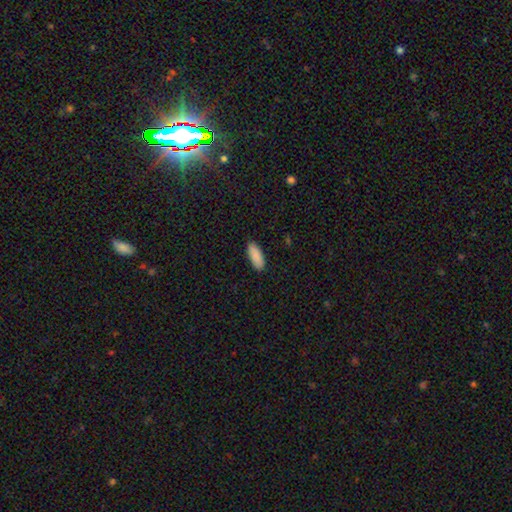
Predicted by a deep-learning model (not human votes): This is clearly a smooth galaxy (90%). How rounded: likely in between (77%). Merging: clearly none (90%).